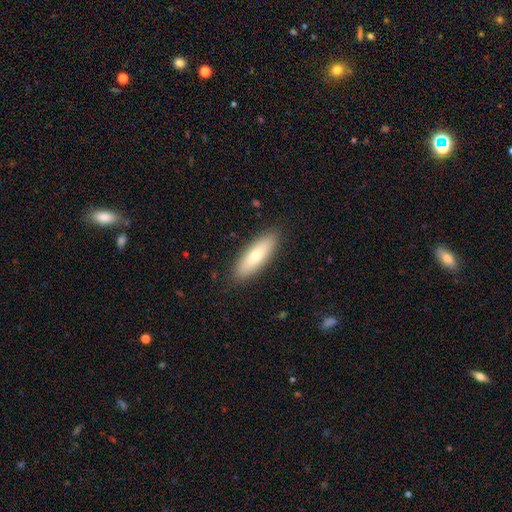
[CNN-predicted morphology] smooth-or-featured: smooth: 73% | featured or disk: 21% | star or artifact: 6%
  how-rounded: in between: 49% (tied) | cigar-shaped: 49% (tied) | round: 2%
  merging: none: 88% | minor disturbance: 9% | major disturbance: 2% | merger: 1%